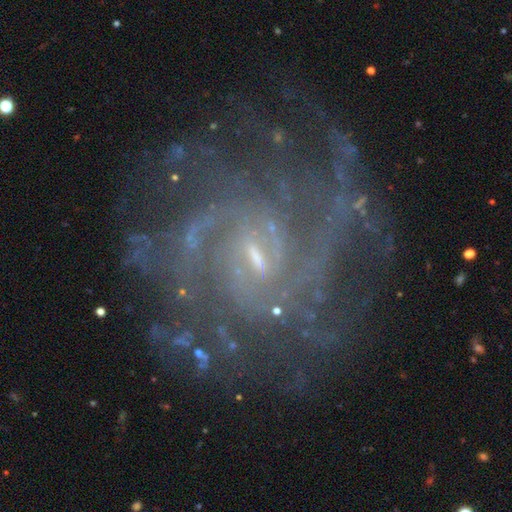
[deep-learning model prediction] Smooth or featured?
  - featured or disk: 89% *
  - star or artifact: 7%
  - smooth: 4%
Edge-on disk?
  - no: 98% *
  - yes: 2%
Bar?
  - weak: 60% *
  - no: 25%
  - strong: 16%
Spiral arms?
  - yes: 96% *
  - no: 4%
Spiral winding?
  - tight: 48% *
  - medium: 41%
  - loose: 11%
Spiral arm count?
  - can't tell: 29% *
  - 2: 23%
  - 3: 16%
  - 4: 15%
  - more than 4: 9%
  - 1: 8%
Bulge size?
  - small: 73% *
  - moderate: 16%
  - none: 9%
  - large: 1%
  - dominant: 1%
Merging?
  - none: 69% *
  - minor disturbance: 16%
  - major disturbance: 13%
  - merger: 2%